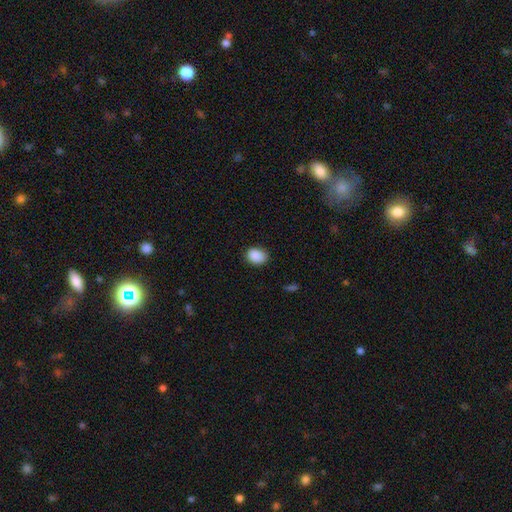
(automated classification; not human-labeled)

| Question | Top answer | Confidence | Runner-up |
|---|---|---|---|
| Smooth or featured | smooth | 90% | star or artifact (8%) |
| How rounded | in between | 68% | round (31%) |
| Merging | none | 82% | minor disturbance (14%) |